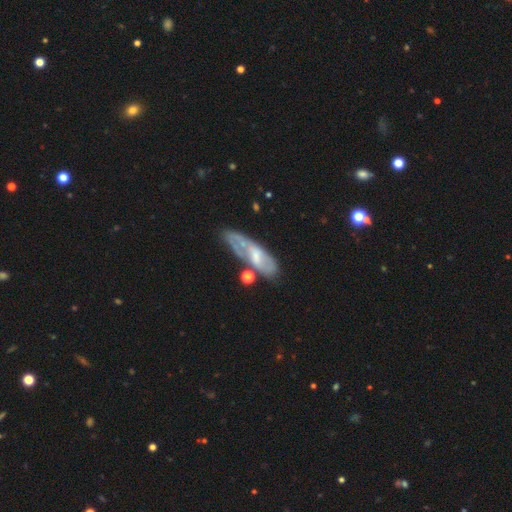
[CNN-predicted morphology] The model was most divided on "smooth or featured": featured or disk: 59%, smooth: 34%, star or artifact: 7%. Remaining: edge-on disk — no (76%); merging — none (50%).